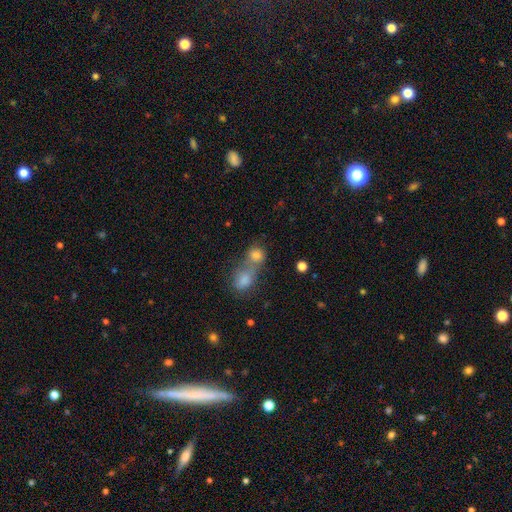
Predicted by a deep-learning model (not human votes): Smooth or featured: smooth — 74% (star or artifact — 15%)
How rounded: round — 65% (in between — 33%)
Merging: merger — 62% (none — 29%)